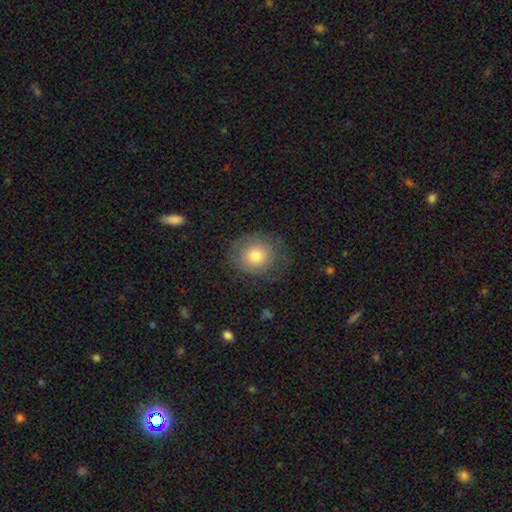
Smooth or featured: smooth — 74% (featured or disk — 15%)
How rounded: round — 62% (in between — 34%)
Merging: none — 60% (minor disturbance — 23%)